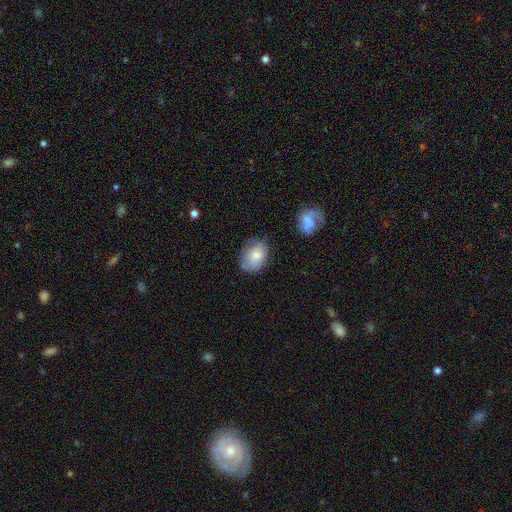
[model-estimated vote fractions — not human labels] Smooth or featured: smooth — 74% (featured or disk — 19%)
How rounded: in between — 66% (round — 32%)
Merging: none — 62% (minor disturbance — 27%)